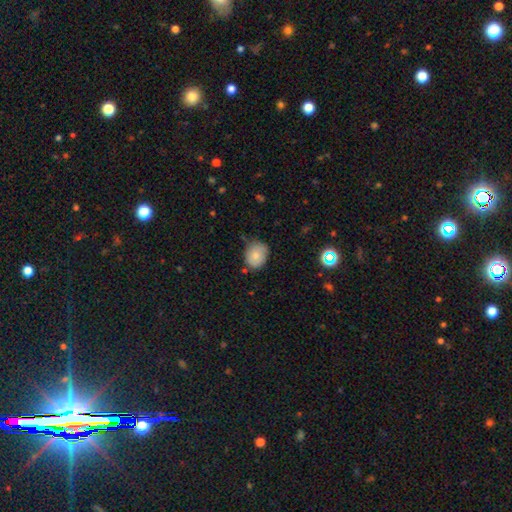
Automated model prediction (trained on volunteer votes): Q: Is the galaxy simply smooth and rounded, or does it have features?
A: smooth — 79%.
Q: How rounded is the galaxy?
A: round — 58%.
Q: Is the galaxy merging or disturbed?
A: none — 68%.